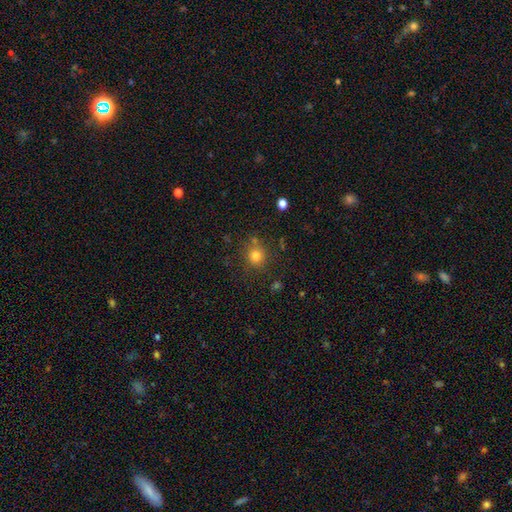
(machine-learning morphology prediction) This appears to be a smooth galaxy with no disk features (78%) that is round (89%). Merging: none (79%).